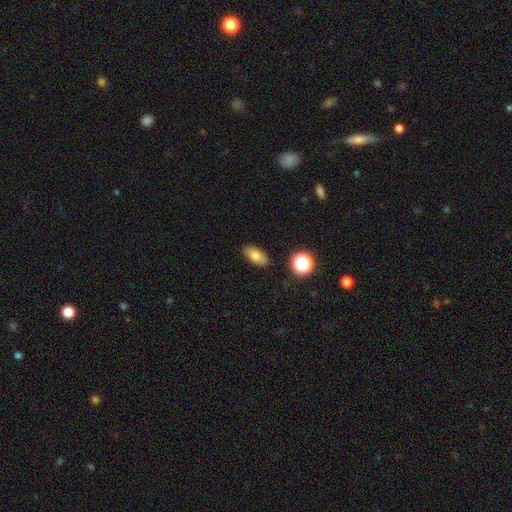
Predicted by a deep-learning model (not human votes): Smooth or featured? Predicted: smooth (p=0.79). How rounded? Predicted: in between (p=0.90). Merging? Predicted: none (p=0.87).